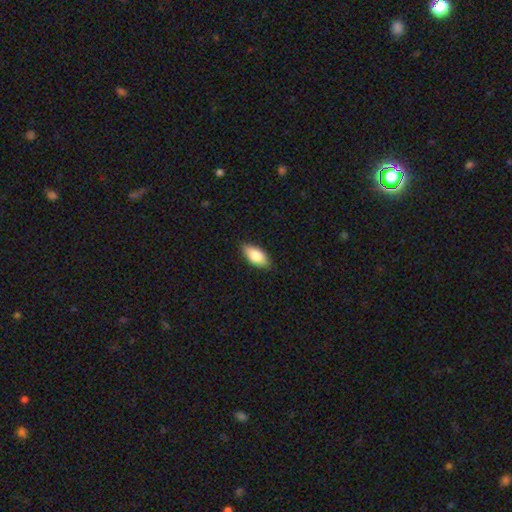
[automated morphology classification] Q: Smooth or featured?
A: smooth (79%); runner-up: featured or disk (15%)
Q: How rounded?
A: in between (89%); runner-up: cigar-shaped (8%)
Q: Merging?
A: none (87%); runner-up: minor disturbance (10%)